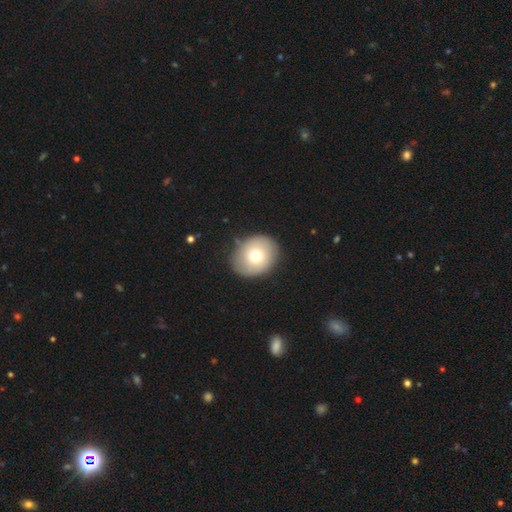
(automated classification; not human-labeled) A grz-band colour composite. It shows a smooth galaxy with no disk features (74%) that is round (64%). Merging: none (83%).